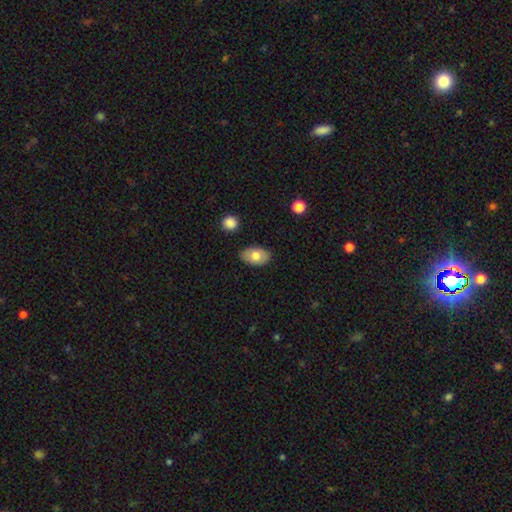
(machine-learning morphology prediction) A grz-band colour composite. It shows a smooth galaxy with no disk features (74%) that is in between round and cigar-shaped (90%). Merging: none (84%).